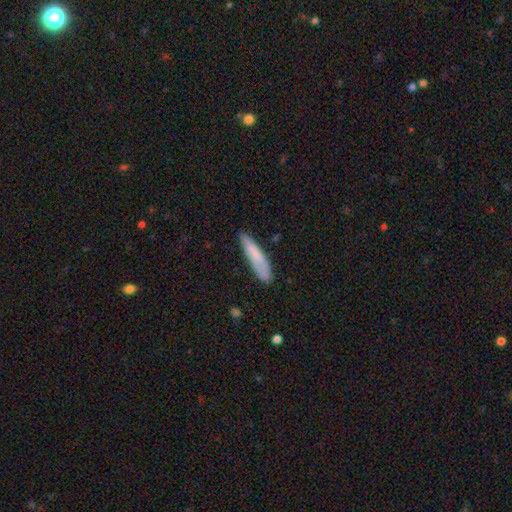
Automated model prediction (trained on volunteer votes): Morphology: type=smooth (75%); roundness=cigar-shaped (83%); merging=none (73%).